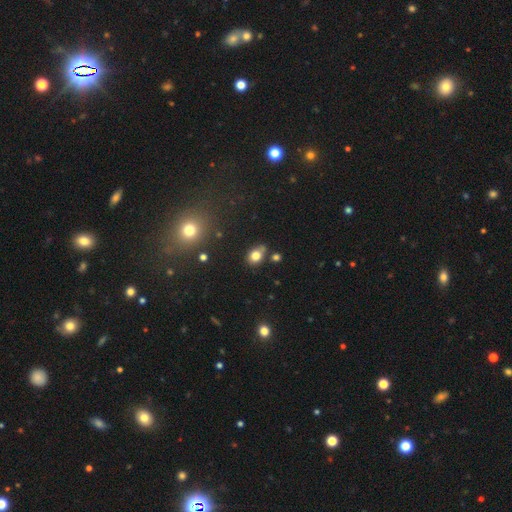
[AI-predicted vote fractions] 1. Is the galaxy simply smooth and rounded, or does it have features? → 78% smooth, 13% star or artifact, 9% featured or disk.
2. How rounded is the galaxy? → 57% in between, 42% round, 1% cigar-shaped.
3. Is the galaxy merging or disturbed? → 67% none, 17% minor disturbance, 12% merger, 4% major disturbance.